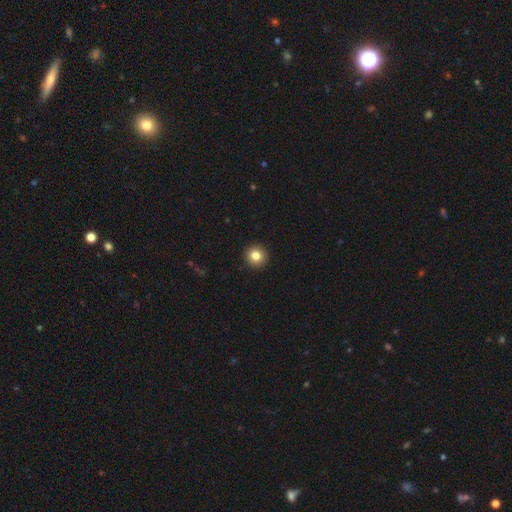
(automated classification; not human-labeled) Morphology: type=smooth (83%); roundness=round (95%); merging=none (94%).